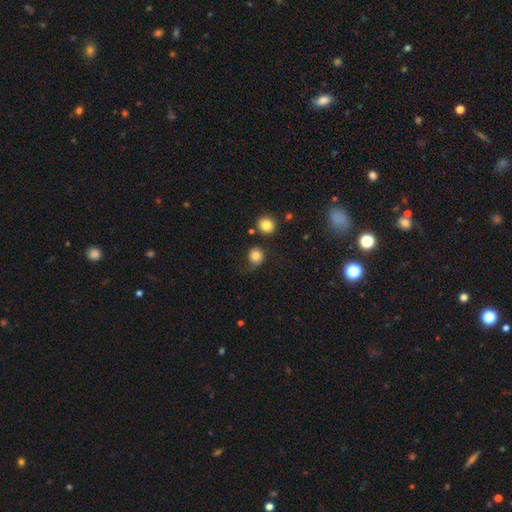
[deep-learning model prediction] Overall: smooth (81%). How rounded: round (87%). Merging: none (54%; minor disturbance 23%).